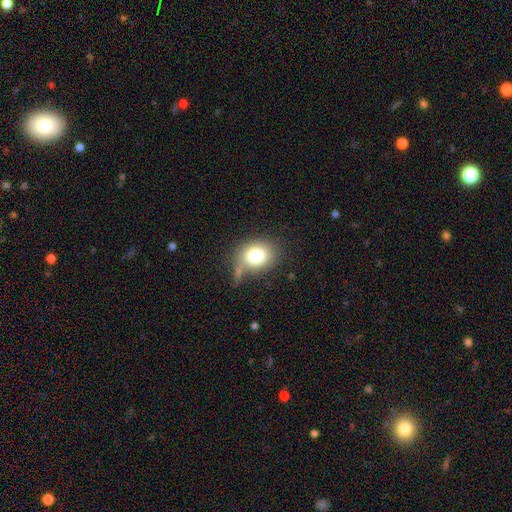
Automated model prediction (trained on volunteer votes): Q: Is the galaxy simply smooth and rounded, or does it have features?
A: smooth — 79%.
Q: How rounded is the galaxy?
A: round — 52%.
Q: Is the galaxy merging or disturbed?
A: none — 56%.